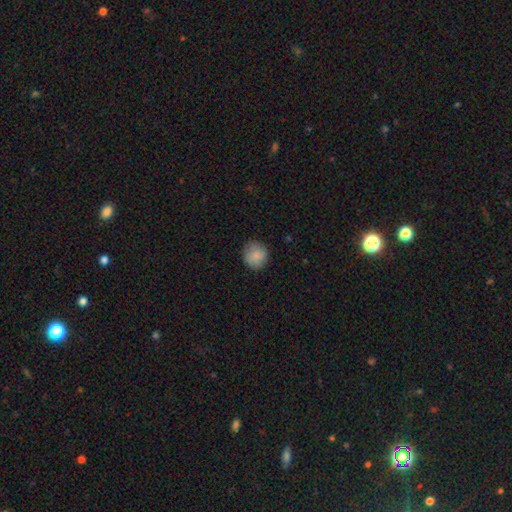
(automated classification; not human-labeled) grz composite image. It shows a smooth galaxy with no disk features (86%) that is round (88%). Merging: none (84%).